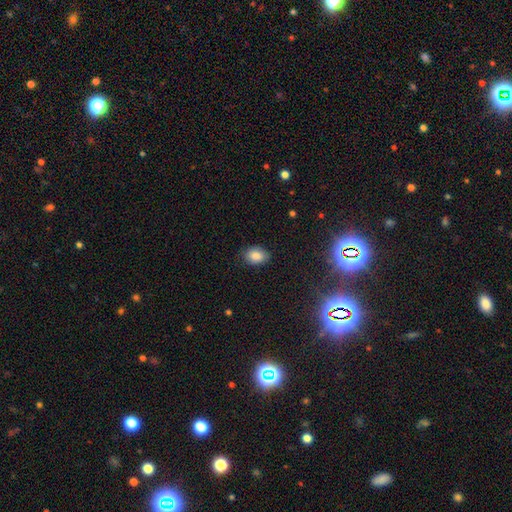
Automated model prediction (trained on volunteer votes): Smooth or featured? smooth (85%)
How rounded? in between (76%)
Merging? none (83%)